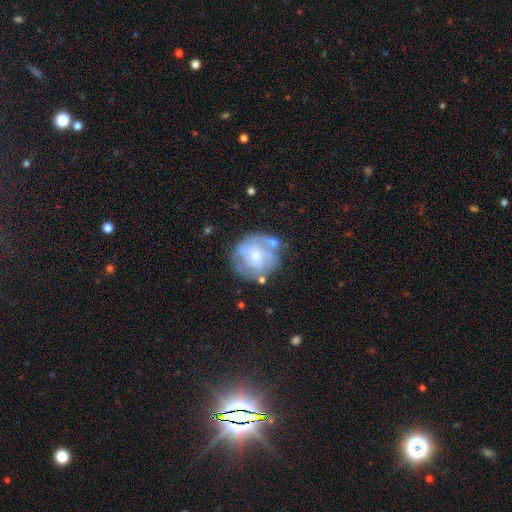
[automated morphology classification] type=featured or disk (58%); edge-on=no (97%); bar=no (68%); spiral arms=yes (58%); bulge=small (53%); merging=none (55%).